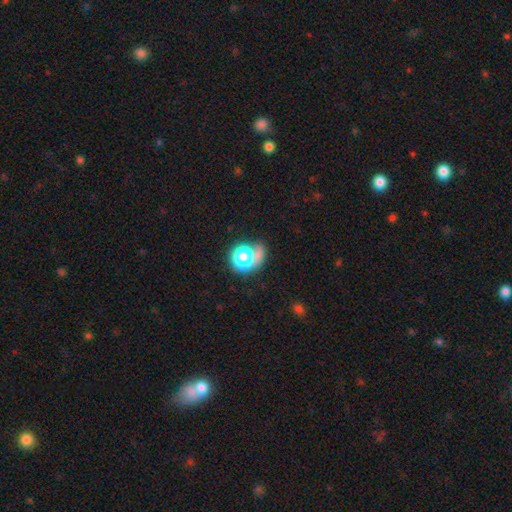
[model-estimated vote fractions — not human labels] Smooth or featured: smooth — 57% (star or artifact — 24%)
How rounded: round — 69% (in between — 29%)
Merging: none — 45% (major disturbance — 23%)